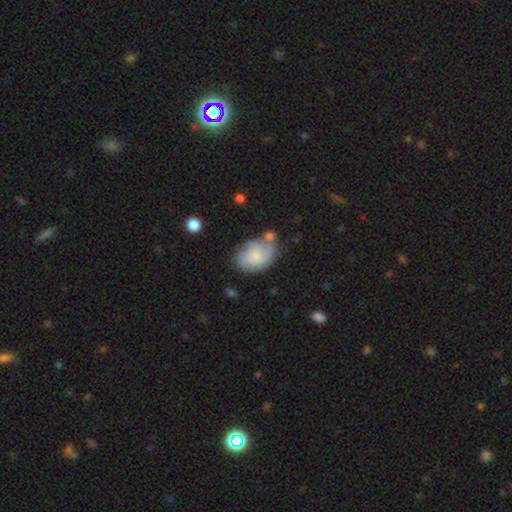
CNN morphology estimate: Smooth or featured: smooth — 57% (featured or disk — 35%)
How rounded: in between — 77% (round — 21%)
Merging: none — 52% (minor disturbance — 26%)